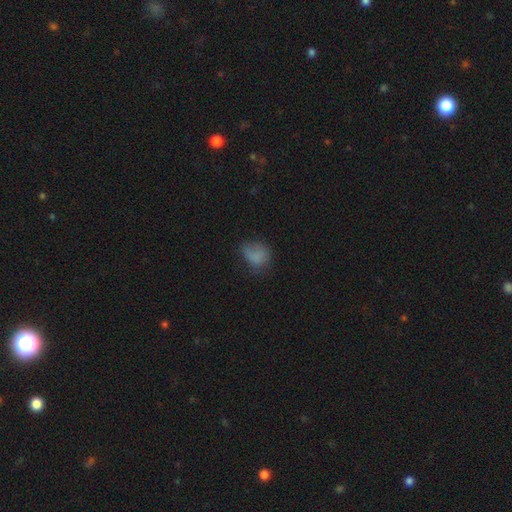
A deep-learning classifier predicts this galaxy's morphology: A smooth galaxy with no disk features (75%) that is in between round and cigar-shaped (57%).

Vote fractions:
- Smooth or featured? smooth: 75% / star or artifact: 13% / featured or disk: 12%
- How rounded? in between: 57% / round: 41% / cigar-shaped: 2%
- Merging? none: 43% / minor disturbance: 32% / major disturbance: 23% / merger: 3%